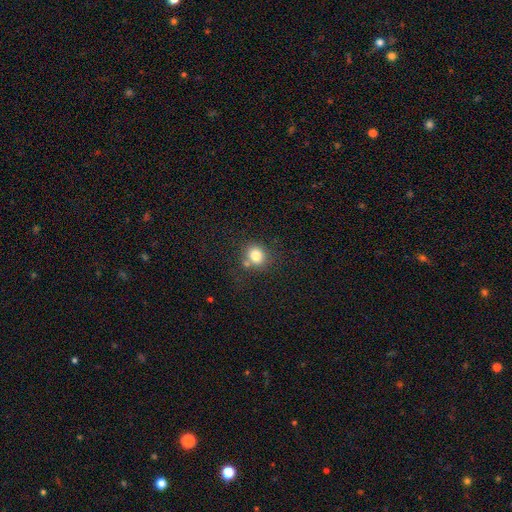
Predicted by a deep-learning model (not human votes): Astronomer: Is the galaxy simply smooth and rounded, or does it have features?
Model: smooth — 81%.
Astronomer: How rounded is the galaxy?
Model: round — 74%.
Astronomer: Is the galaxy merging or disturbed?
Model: none — 66%.